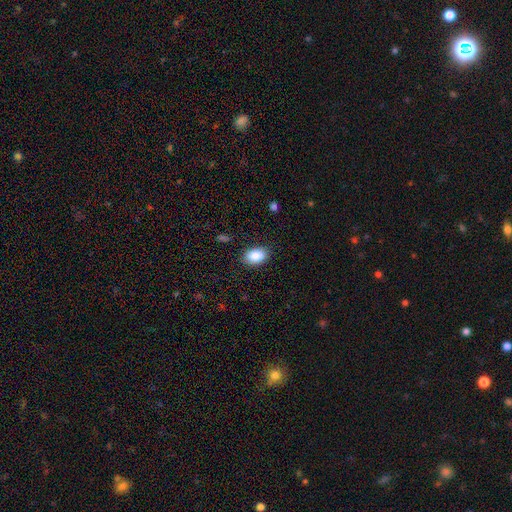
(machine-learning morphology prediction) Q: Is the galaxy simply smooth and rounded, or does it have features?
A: smooth — 88%.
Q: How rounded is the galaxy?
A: in between — 90%.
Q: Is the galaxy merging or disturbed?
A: none — 85%.